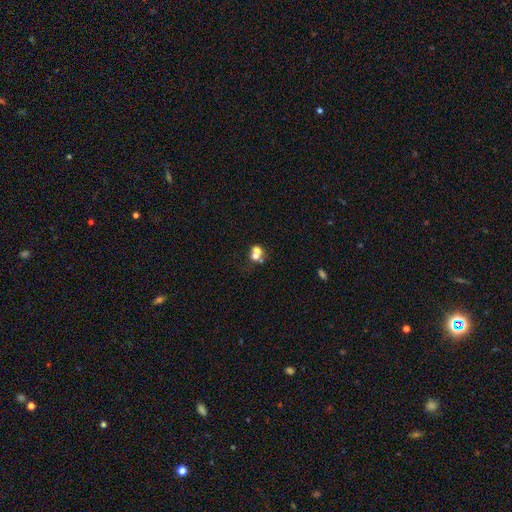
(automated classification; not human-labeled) This appears to be a smooth galaxy with no disk features (61%) that is round (72%). Merging: merger (59%).